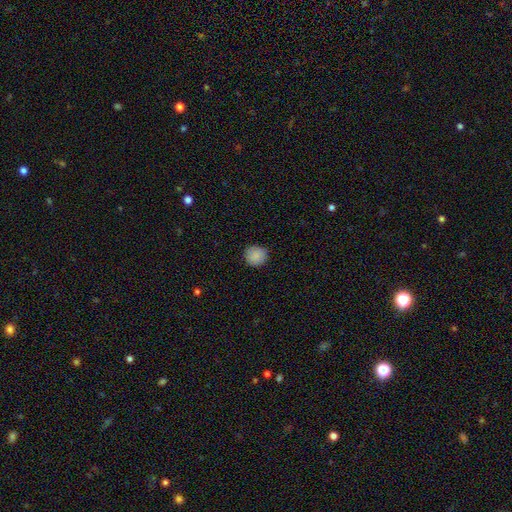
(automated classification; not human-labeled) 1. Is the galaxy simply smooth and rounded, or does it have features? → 88% smooth, 9% star or artifact, 3% featured or disk.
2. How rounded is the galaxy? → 91% round, 8% in between, 1% cigar-shaped.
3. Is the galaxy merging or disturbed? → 89% none, 8% minor disturbance, 2% major disturbance, 1% merger.